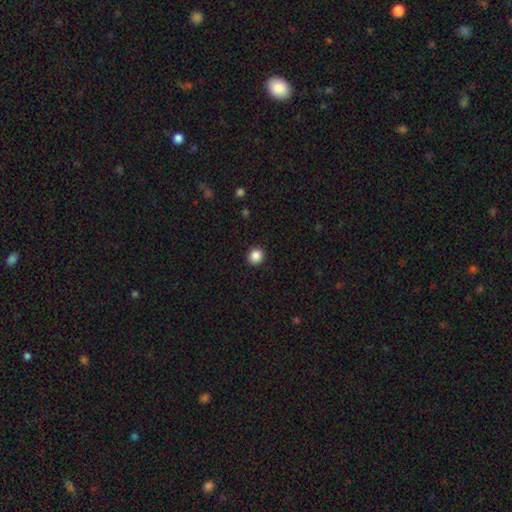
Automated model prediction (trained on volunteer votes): This is clearly a smooth galaxy (87%). How rounded: clearly round (88%). Merging: clearly none (92%).